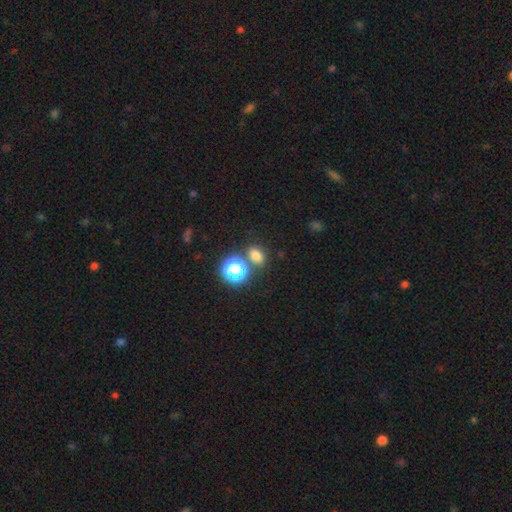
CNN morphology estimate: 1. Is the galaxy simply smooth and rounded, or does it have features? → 73% smooth, 21% star or artifact, 6% featured or disk.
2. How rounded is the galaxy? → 58% in between, 41% round, 2% cigar-shaped.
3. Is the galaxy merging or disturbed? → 73% none, 14% merger, 10% minor disturbance, 3% major disturbance.